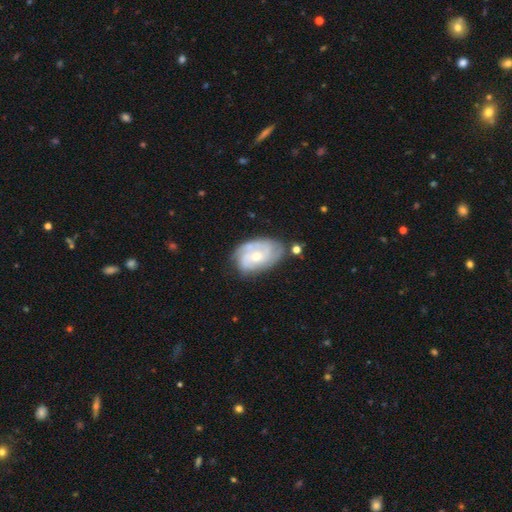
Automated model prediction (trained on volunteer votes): Smooth or featured?
  - featured or disk: 77% *
  - smooth: 17%
  - star or artifact: 5%
Edge-on disk?
  - no: 97% *
  - yes: 3%
Bar?
  - no: 67% *
  - weak: 29%
  - strong: 5%
Spiral arms?
  - yes: 91% *
  - no: 9%
Spiral winding?
  - tight: 59% *
  - medium: 32%
  - loose: 9%
Spiral arm count?
  - can't tell: 31% *
  - 2: 27%
  - 3: 27%
  - 4: 7%
  - 1: 4%
  - more than 4: 4%
Bulge size?
  - moderate: 51% *
  - small: 45%
  - large: 2%
  - none: 1%
  - dominant: 1%
Merging?
  - none: 66% *
  - minor disturbance: 23%
  - major disturbance: 7%
  - merger: 4%